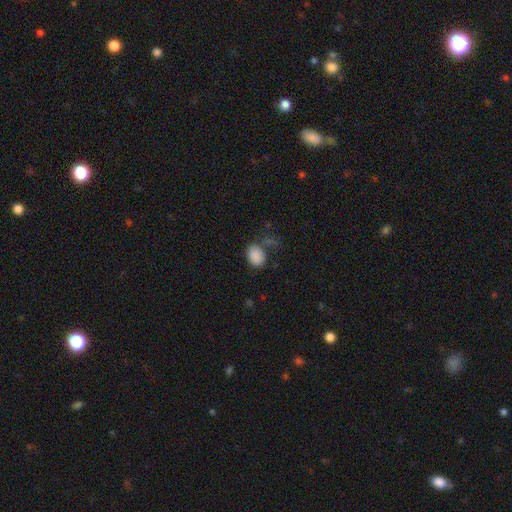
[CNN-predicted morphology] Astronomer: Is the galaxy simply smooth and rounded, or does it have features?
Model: smooth — 87%.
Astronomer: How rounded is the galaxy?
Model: in between — 68%.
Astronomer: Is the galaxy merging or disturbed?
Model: none — 61%.